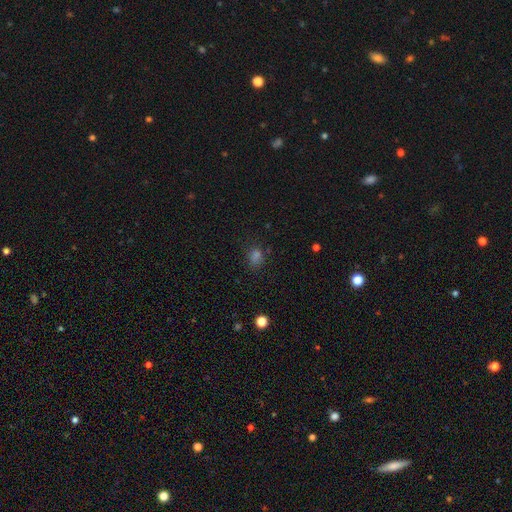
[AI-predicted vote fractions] A smooth galaxy with no disk features (70%) that is in between round and cigar-shaped (56%). Merging: none (75%).